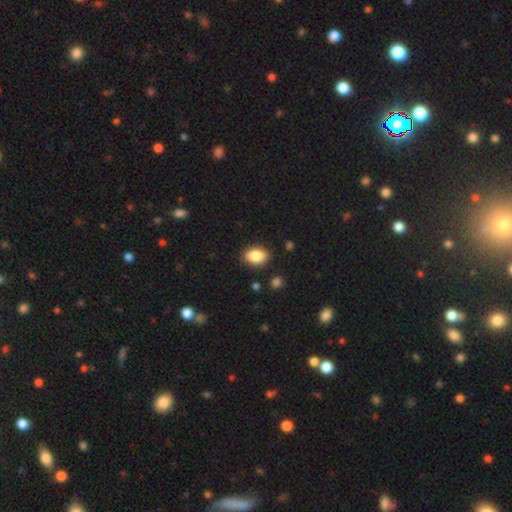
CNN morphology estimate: A smooth galaxy with no disk features (85%) that is in between round and cigar-shaped (80%). Merging: none (86%).